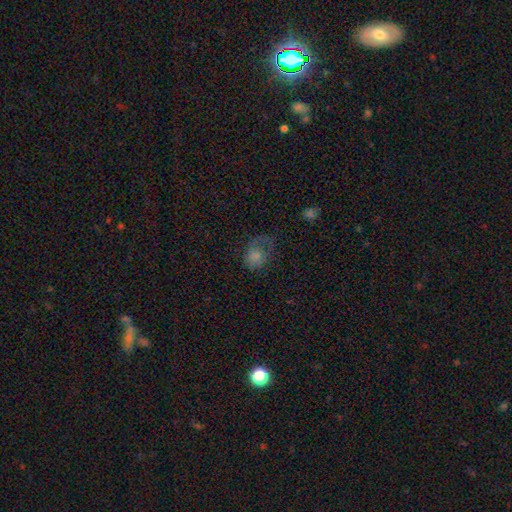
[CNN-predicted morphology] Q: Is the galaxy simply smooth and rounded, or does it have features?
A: smooth — 70%.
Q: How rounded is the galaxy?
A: in between — 54%.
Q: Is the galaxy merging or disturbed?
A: major disturbance — 36%.